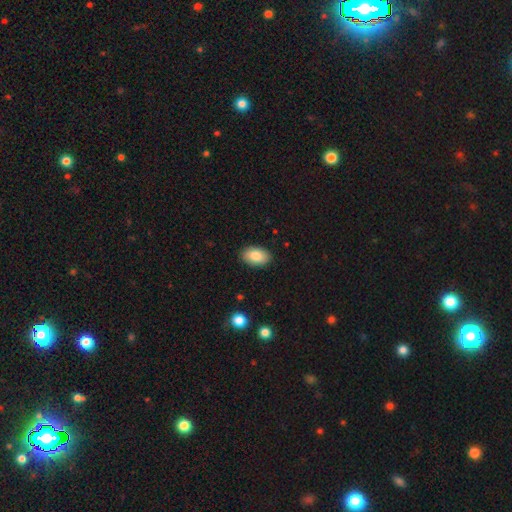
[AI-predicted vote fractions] Smooth or featured?
  - smooth: 86% *
  - featured or disk: 8%
  - star or artifact: 7%
How rounded?
  - in between: 91% *
  - round: 8%
  - cigar-shaped: 1%
Merging?
  - none: 89% *
  - minor disturbance: 8%
  - major disturbance: 2%
  - merger: 1%